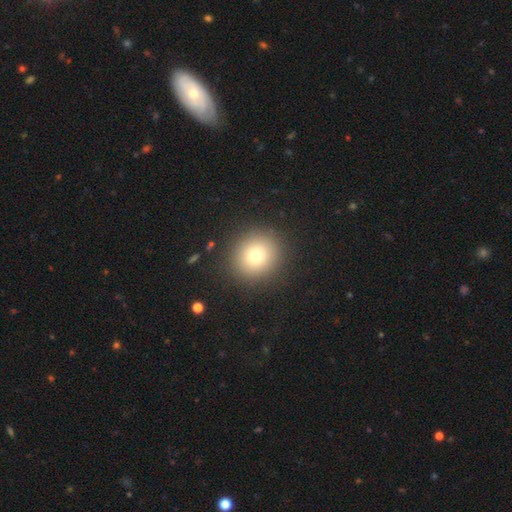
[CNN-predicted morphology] The model was most divided on "smooth or featured": smooth: 74%, star or artifact: 14%, featured or disk: 11%. More confident: merging — none (91%); how rounded — round (90%).